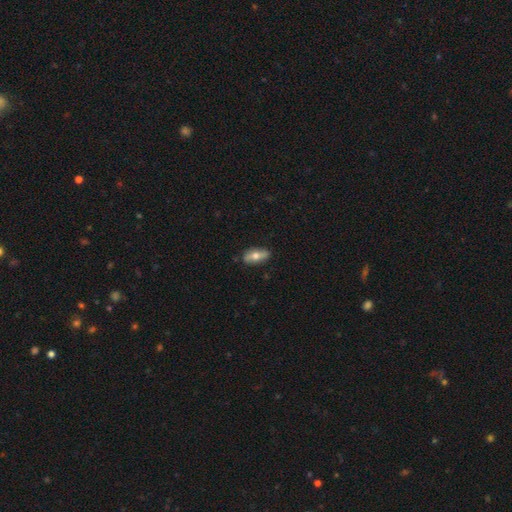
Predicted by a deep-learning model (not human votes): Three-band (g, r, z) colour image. It shows a smooth galaxy with no disk features (59%) that is in between round and cigar-shaped (79%). Merging: none (84%).